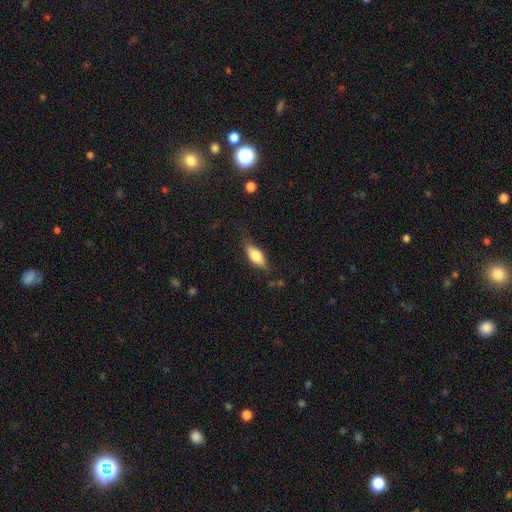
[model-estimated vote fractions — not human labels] smooth 71%, featured or disk 23%, star or artifact 7%. Down the decision tree: how rounded — in between (77%); merging — none (69%).